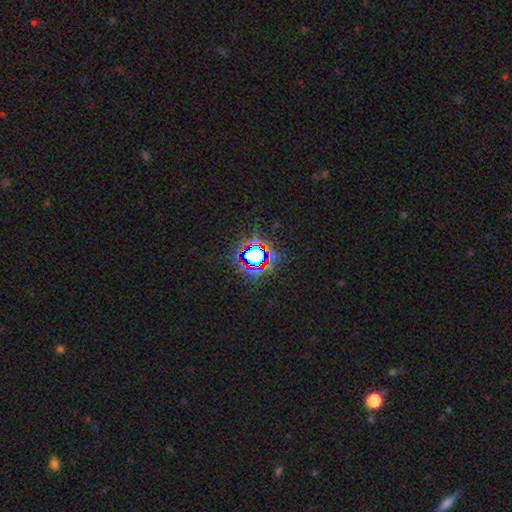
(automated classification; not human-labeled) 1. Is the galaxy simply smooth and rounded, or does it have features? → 72% star or artifact, 17% smooth, 11% featured or disk.